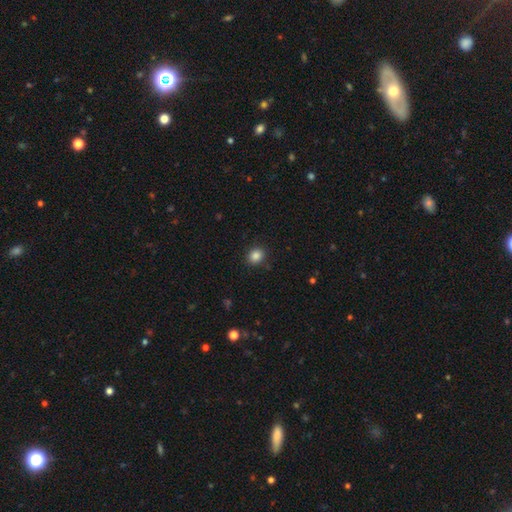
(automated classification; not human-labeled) Smooth or featured? smooth (86%)
How rounded? round (68%)
Merging? none (89%)